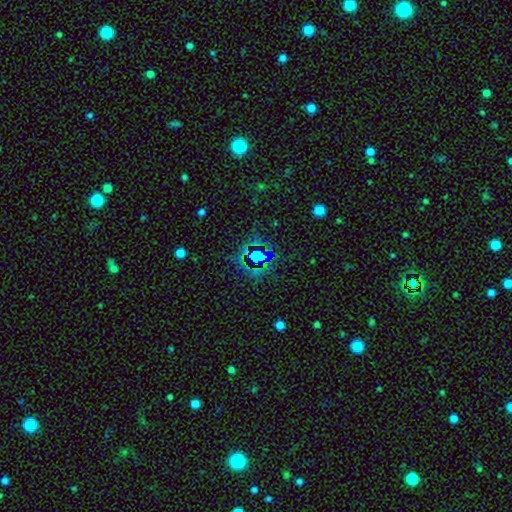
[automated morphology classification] This appears to be a star or artifact, not a galaxy (69%).